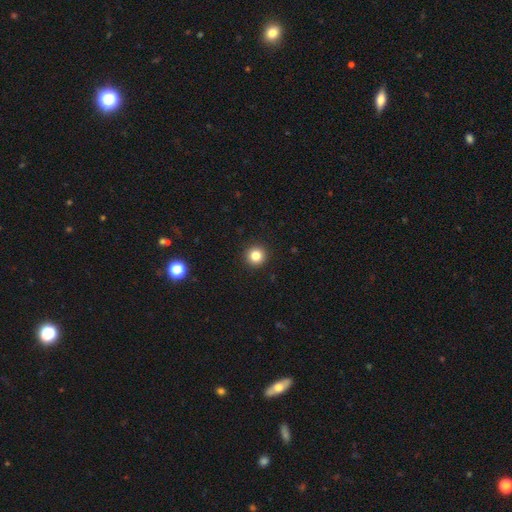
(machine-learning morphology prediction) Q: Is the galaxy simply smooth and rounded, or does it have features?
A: smooth — 82%.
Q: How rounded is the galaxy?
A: round — 95%.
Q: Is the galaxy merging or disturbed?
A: none — 93%.